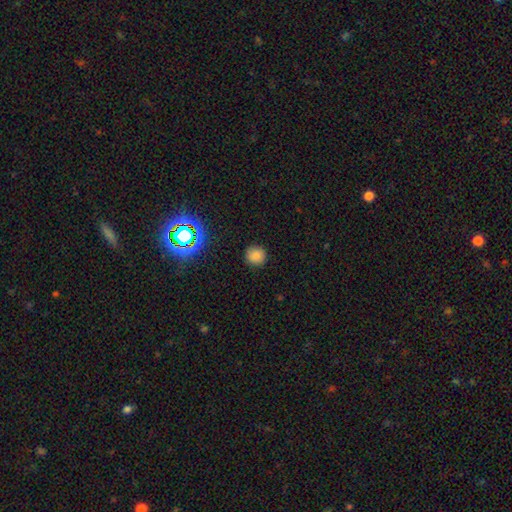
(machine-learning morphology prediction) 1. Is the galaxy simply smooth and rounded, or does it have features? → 81% smooth, 15% star or artifact, 4% featured or disk.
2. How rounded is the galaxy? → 94% round, 5% in between, 1% cigar-shaped.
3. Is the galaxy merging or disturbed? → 90% none, 7% minor disturbance, 2% major disturbance, 1% merger.